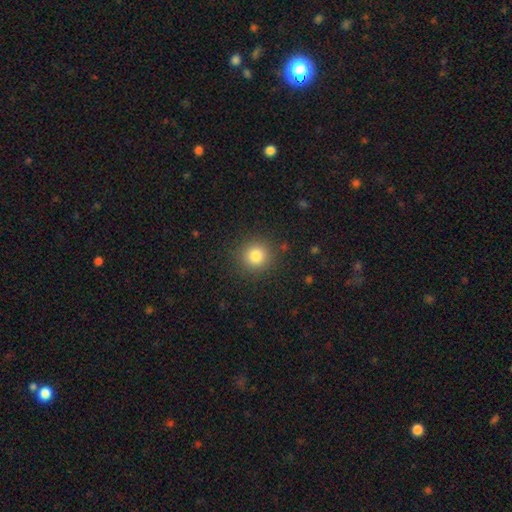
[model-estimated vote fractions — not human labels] Q: Smooth or featured?
A: smooth (82%); runner-up: star or artifact (12%)
Q: How rounded?
A: round (93%); runner-up: in between (6%)
Q: Merging?
A: none (89%); runner-up: minor disturbance (7%)